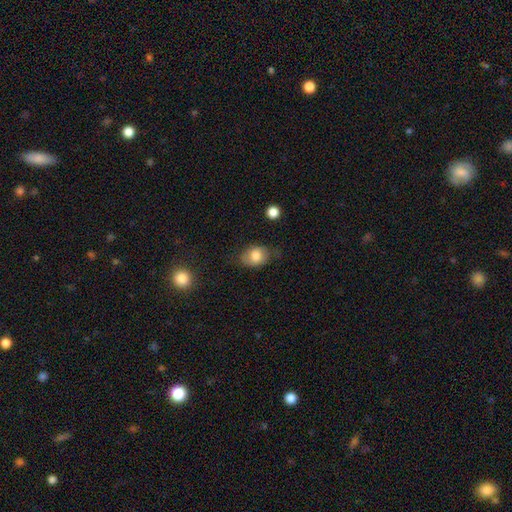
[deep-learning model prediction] Smooth or featured?
  - smooth: 79% *
  - featured or disk: 13%
  - star or artifact: 8%
How rounded?
  - in between: 70% *
  - round: 29%
  - cigar-shaped: 1%
Merging?
  - none: 64% *
  - minor disturbance: 27%
  - major disturbance: 7%
  - merger: 2%